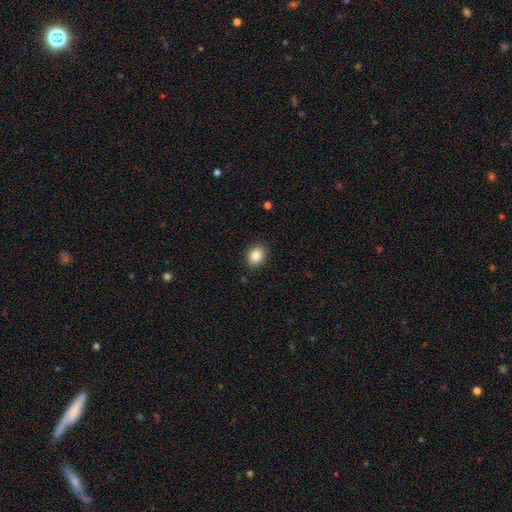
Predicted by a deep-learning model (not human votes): Q: Smooth or featured?
A: smooth (85%); runner-up: star or artifact (9%)
Q: How rounded?
A: round (50%); runner-up: in between (49%)
Q: Merging?
A: none (88%); runner-up: minor disturbance (9%)